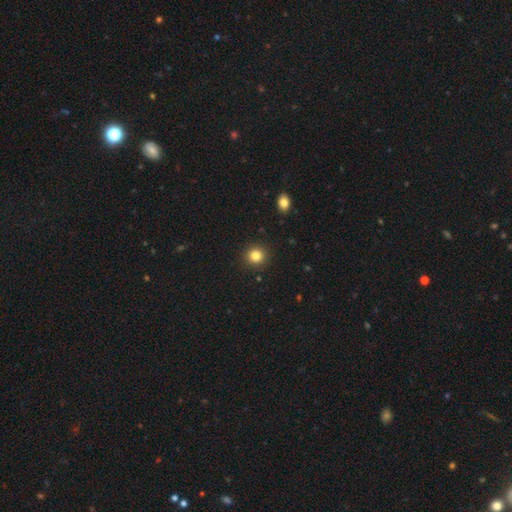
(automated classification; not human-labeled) A smooth galaxy with no disk features (83%) that is round (91%). Merging: none (92%).